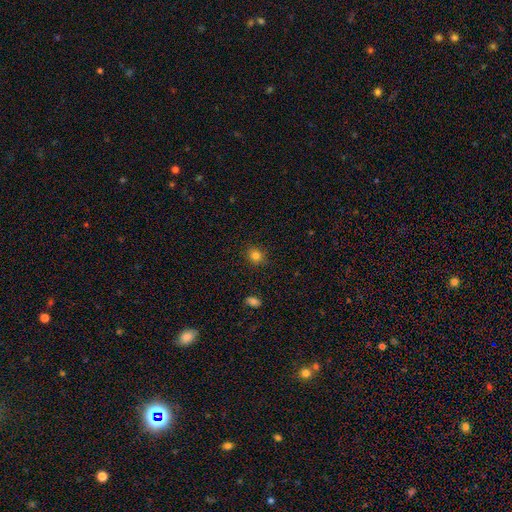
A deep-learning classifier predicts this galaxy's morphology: The model was most divided on "how rounded": round: 74%, in between: 25%, cigar-shaped: 1%. More confident: merging — none (89%); smooth or featured — smooth (82%).